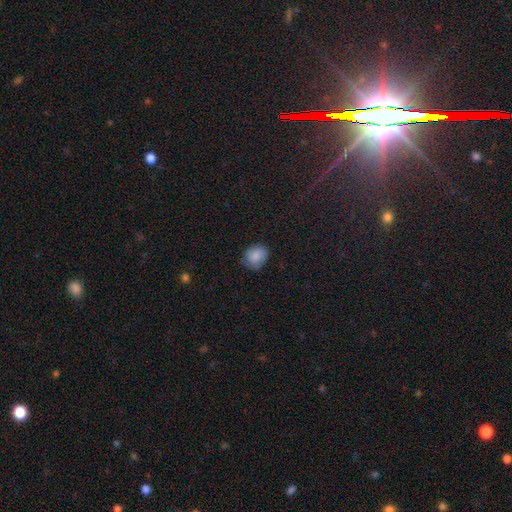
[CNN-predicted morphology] This is clearly a smooth galaxy (83%). How rounded: likely round (69%). Merging: likely none (69%).